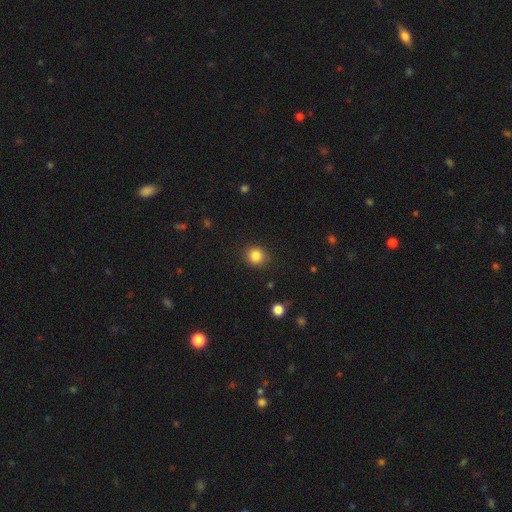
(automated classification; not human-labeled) Smooth or featured: smooth — 84% (star or artifact — 11%)
How rounded: round — 84% (in between — 15%)
Merging: none — 88% (minor disturbance — 8%)